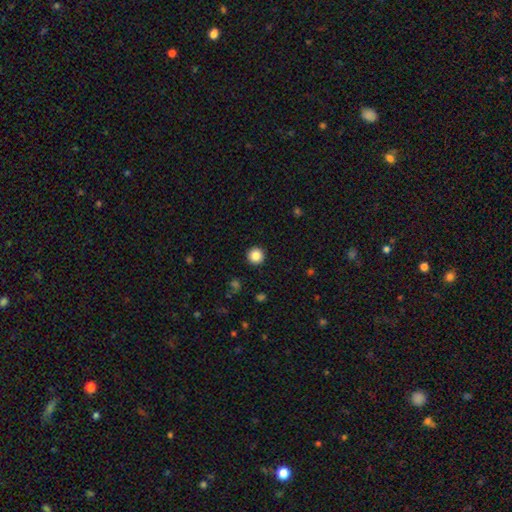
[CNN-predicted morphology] smooth-or-featured: smooth: 86% | star or artifact: 10% | featured or disk: 4%
  how-rounded: round: 96% | in between: 3% | cigar-shaped: 1%
  merging: none: 93% | minor disturbance: 4% | major disturbance: 2% | merger: 1%